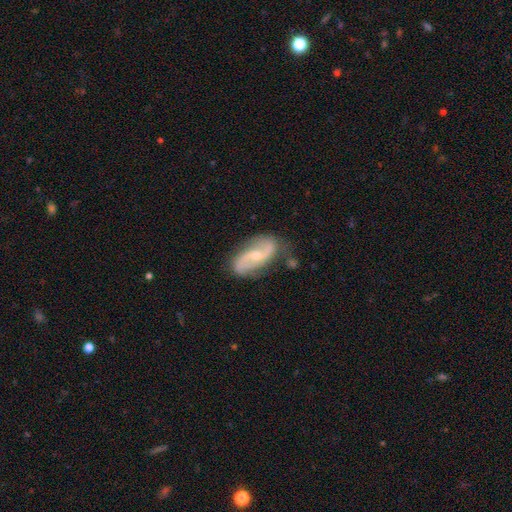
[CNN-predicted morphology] Smooth or featured? featured or disk (84%)
Edge-on disk? no (95%)
Bar? no (45%)
Spiral arms? yes (95%)
Spiral winding? loose (49%)
Spiral arm count? 2 (91%)
Bulge size? small (57%)
Merging? none (75%)